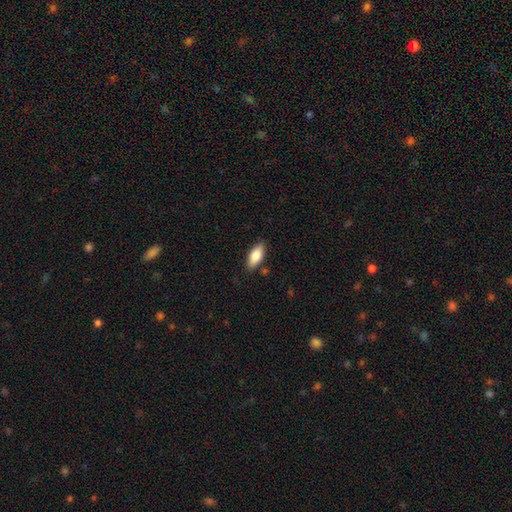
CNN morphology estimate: Smooth or featured? Predicted: smooth (p=0.82). How rounded? Predicted: in between (p=0.84). Merging? Predicted: none (p=0.84).